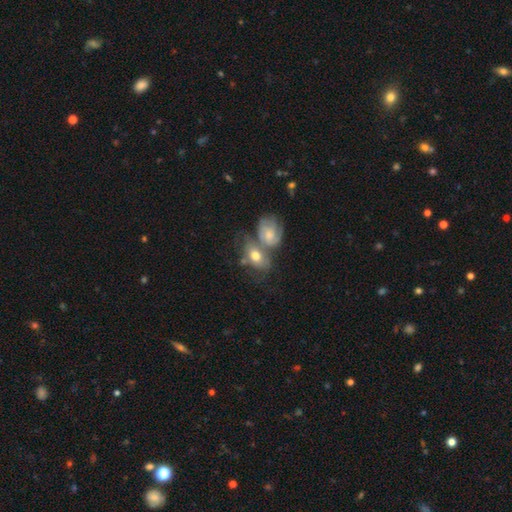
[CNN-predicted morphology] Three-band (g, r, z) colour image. It shows a featured or disk galaxy (48%). Merging: merger (49%).